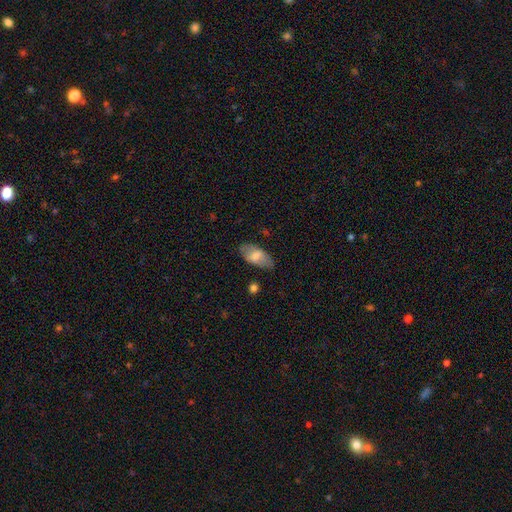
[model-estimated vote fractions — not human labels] smooth 65%, featured or disk 28%, star or artifact 7%. Down the decision tree: how rounded — in between (91%); merging — none (78%).